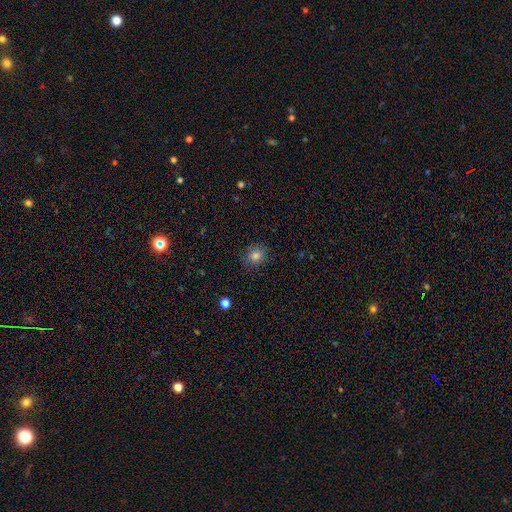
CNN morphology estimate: A smooth galaxy with no disk features (80%) that is round (87%).

Vote fractions:
- Smooth or featured? smooth: 80% / star or artifact: 14% / featured or disk: 6%
- How rounded? round: 87% / in between: 12% / cigar-shaped: 1%
- Merging? none: 87% / minor disturbance: 10% / major disturbance: 2% / merger: 1%